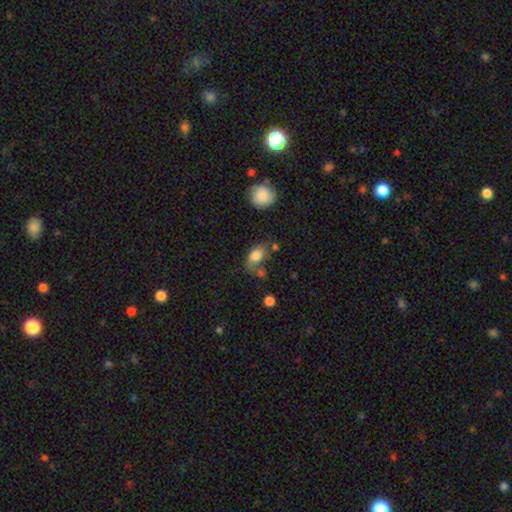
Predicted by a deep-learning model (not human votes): A smooth galaxy with no disk features (79%) that is in between round and cigar-shaped (85%).

Vote fractions:
- Smooth or featured? smooth: 79% / featured or disk: 13% / star or artifact: 8%
- How rounded? in between: 85% / round: 13% / cigar-shaped: 2%
- Merging? none: 43% / minor disturbance: 25% / merger: 18% / major disturbance: 14%